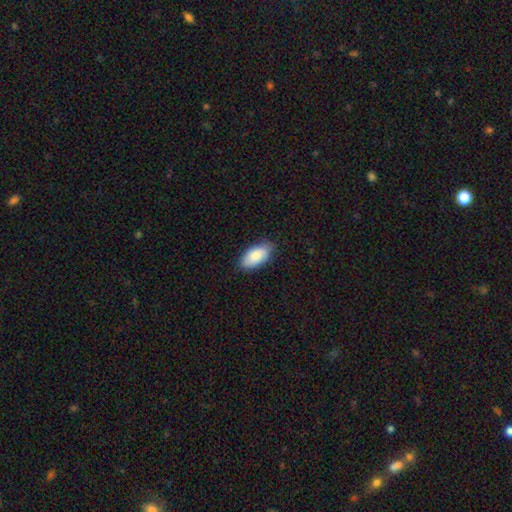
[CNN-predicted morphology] A smooth galaxy with no disk features (86%) that is in between round and cigar-shaped (93%). Merging: none (82%).